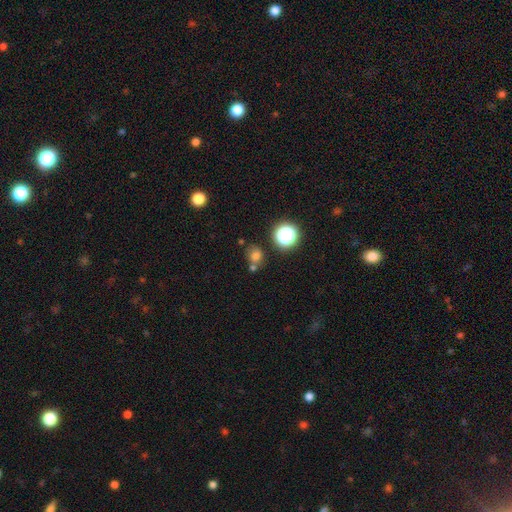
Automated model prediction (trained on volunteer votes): A smooth galaxy with no disk features (69%) that is round (66%).

Vote fractions:
- Smooth or featured? smooth: 69% / star or artifact: 22% / featured or disk: 9%
- How rounded? round: 66% / in between: 33% / cigar-shaped: 1%
- Merging? none: 59% / merger: 23% / minor disturbance: 13% / major disturbance: 5%